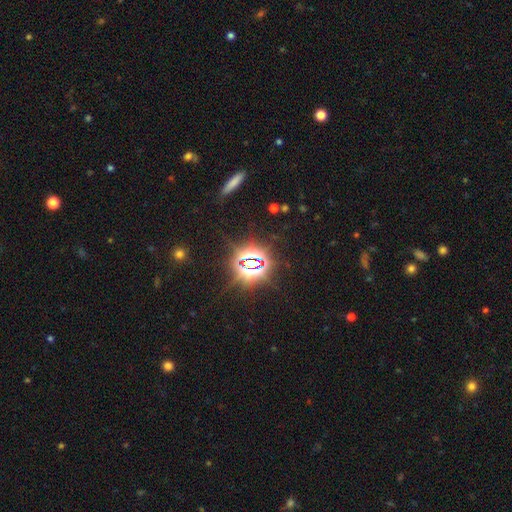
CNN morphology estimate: A star or artifact, not a galaxy (82%).